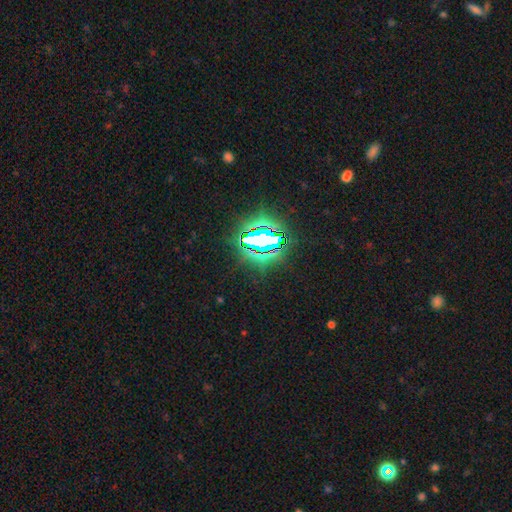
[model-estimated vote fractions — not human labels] Smooth or featured? Predicted: star or artifact (p=0.84).